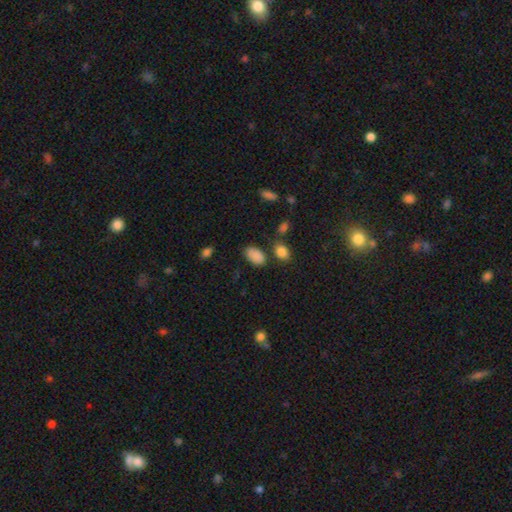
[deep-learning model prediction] Overall: smooth (87%). How rounded: in between (93%). Merging: none (74%).